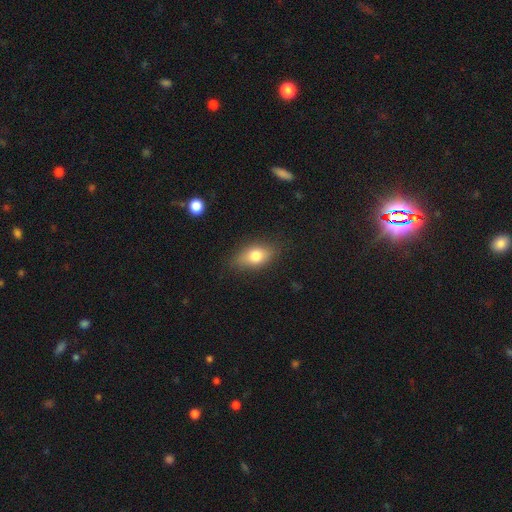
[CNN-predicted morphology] This appears to be a smooth galaxy with no disk features (75%) that is in between round and cigar-shaped (83%). Merging: none (79%).